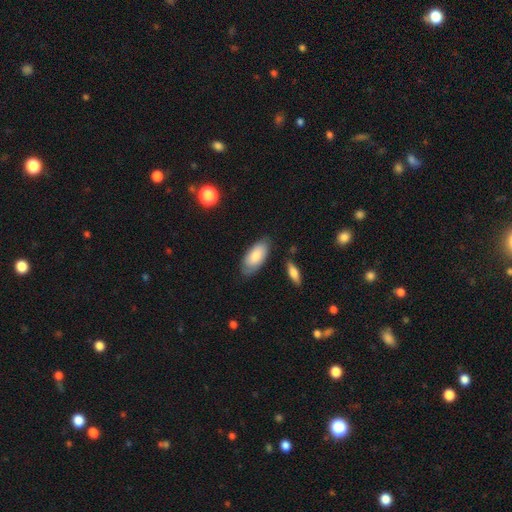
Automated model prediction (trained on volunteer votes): This appears to be a smooth galaxy with no disk features (79%) that is in between round and cigar-shaped (92%). Merging: none (74%).